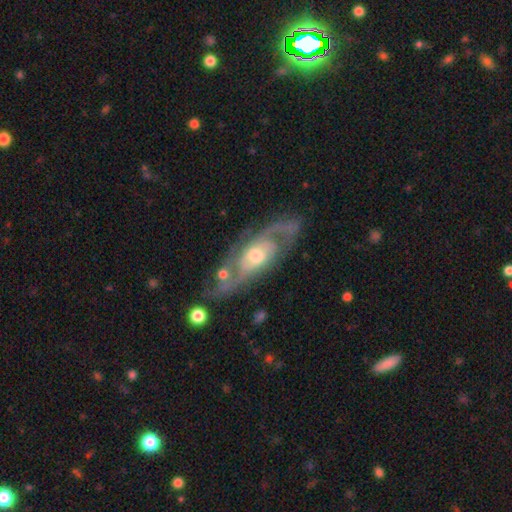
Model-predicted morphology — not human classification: Smooth or featured? featured or disk (86%)
Edge-on disk? no (89%)
Bar? no (60%)
Spiral arms? yes (93%)
Spiral winding? medium (47%)
Spiral arm count? 2 (74%)
Bulge size? moderate (66%)
Merging? none (69%)